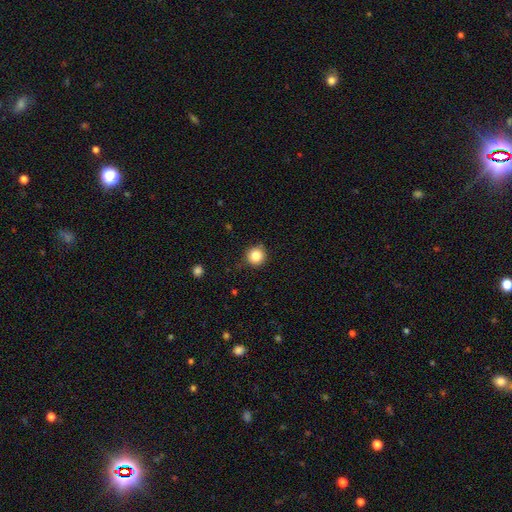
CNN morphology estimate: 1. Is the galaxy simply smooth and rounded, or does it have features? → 84% smooth, 10% star or artifact, 6% featured or disk.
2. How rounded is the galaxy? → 94% round, 5% in between, 1% cigar-shaped.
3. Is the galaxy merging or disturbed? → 87% none, 9% minor disturbance, 2% major disturbance, 1% merger.